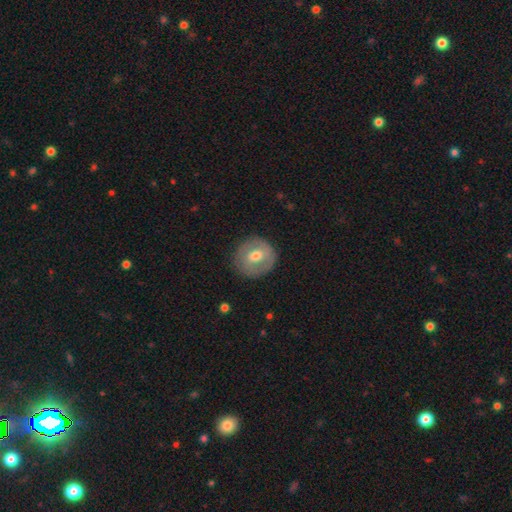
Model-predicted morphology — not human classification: Smooth or featured? smooth (52%)
How rounded? round (88%)
Merging? none (84%)